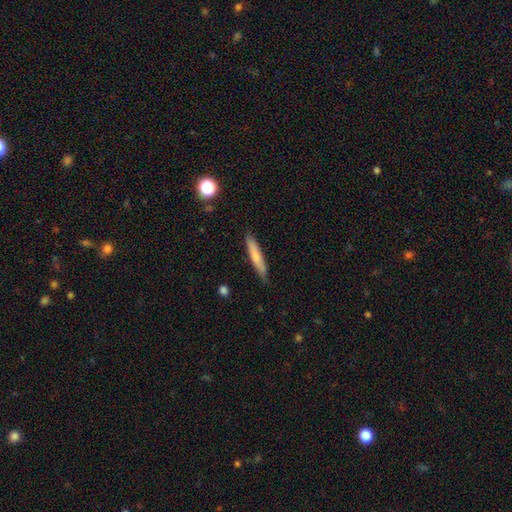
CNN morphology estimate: The model was most divided on "smooth or featured": smooth: 70%, featured or disk: 23%, star or artifact: 6%. More confident: how rounded — cigar-shaped (90%); merging — none (85%).